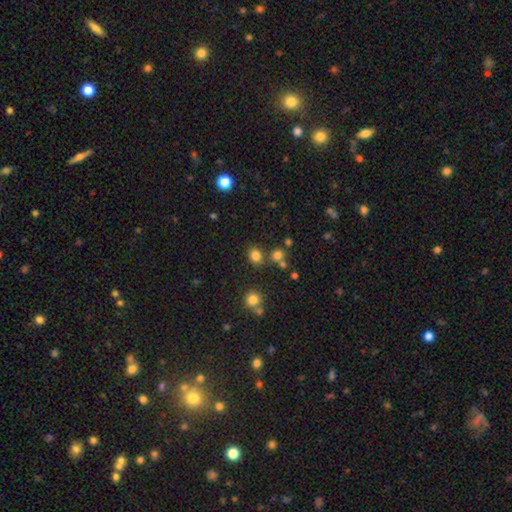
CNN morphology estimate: This is likely a smooth galaxy (80%). How rounded: possibly round (59%). Merging: likely none (76%).